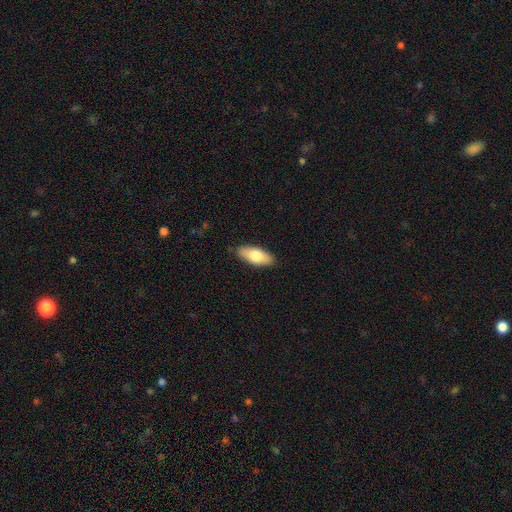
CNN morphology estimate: Smooth or featured? Predicted: smooth (p=0.74). How rounded? Predicted: in between (p=0.80). Merging? Predicted: none (p=0.88).